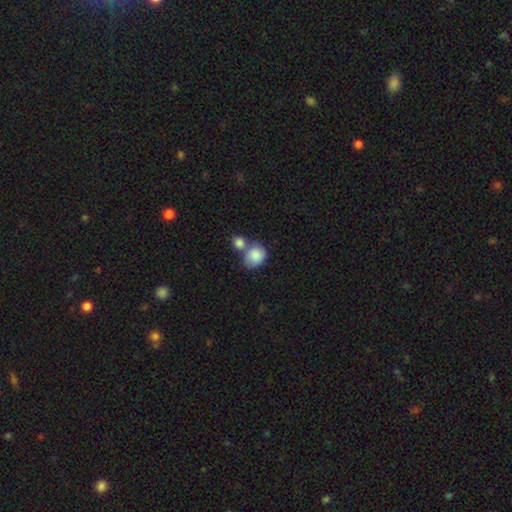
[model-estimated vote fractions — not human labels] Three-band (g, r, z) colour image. It shows a smooth galaxy with no disk features (85%) that is round (61%). Merging: merger (53%).